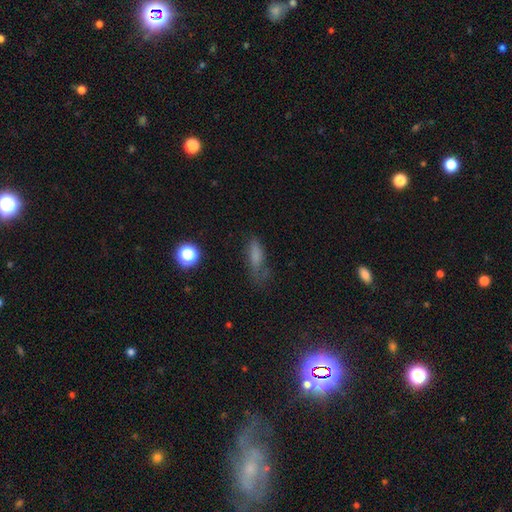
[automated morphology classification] smooth-or-featured: smooth: 69% | star or artifact: 16% | featured or disk: 15%
  how-rounded: in between: 56% | cigar-shaped: 38% | round: 6%
  merging: none: 49% | minor disturbance: 29% | major disturbance: 19% | merger: 3%